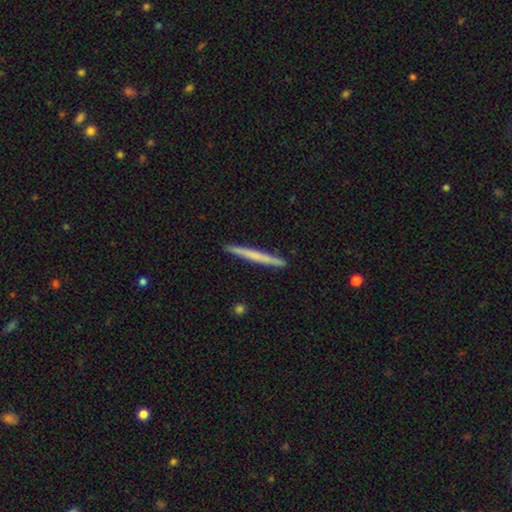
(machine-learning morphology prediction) Overall: smooth (54%; featured or disk 41%). How rounded: cigar-shaped (97%). Merging: none (92%).